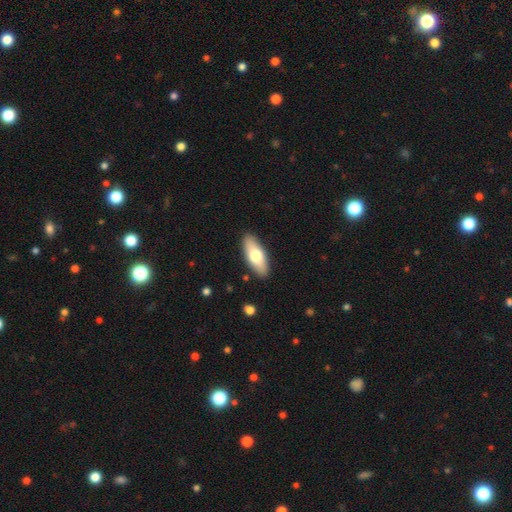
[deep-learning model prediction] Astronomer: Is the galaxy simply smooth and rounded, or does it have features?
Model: smooth — 68%.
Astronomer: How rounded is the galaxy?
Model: in between — 75%.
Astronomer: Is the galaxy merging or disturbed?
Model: none — 89%.